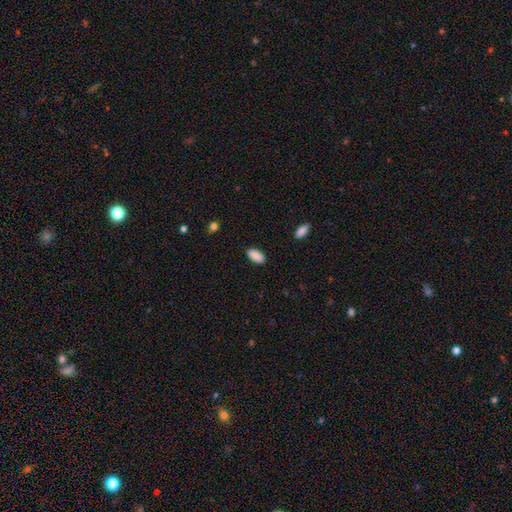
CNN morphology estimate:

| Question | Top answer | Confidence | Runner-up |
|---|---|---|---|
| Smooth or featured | smooth | 89% | star or artifact (7%) |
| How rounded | in between | 91% | cigar-shaped (7%) |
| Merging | none | 87% | minor disturbance (9%) |